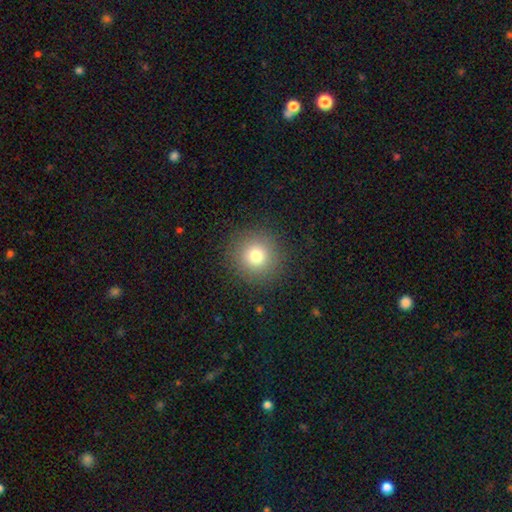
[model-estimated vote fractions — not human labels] Overall: smooth (78%). How rounded: round (95%). Merging: none (89%).